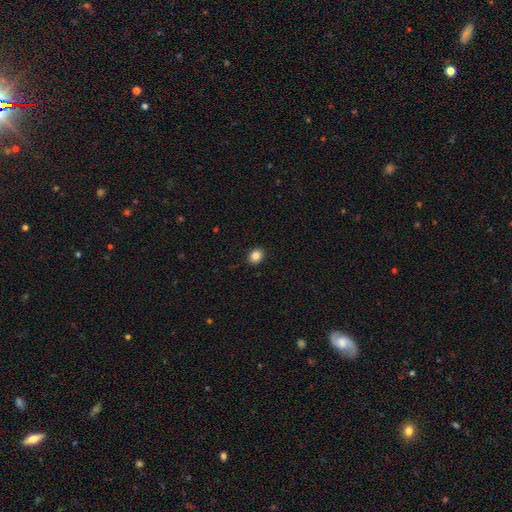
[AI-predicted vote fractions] Smooth or featured: smooth — 86% (star or artifact — 10%)
How rounded: round — 60% (in between — 39%)
Merging: none — 91% (minor disturbance — 7%)